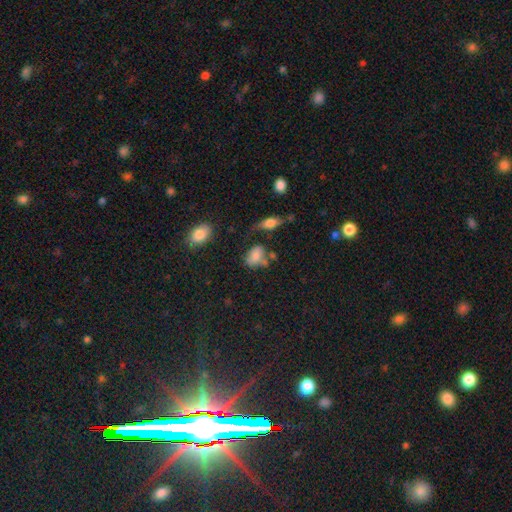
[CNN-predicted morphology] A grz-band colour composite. It shows a smooth galaxy with no disk features (75%) that is in between round and cigar-shaped (83%). Merging: none (43%).